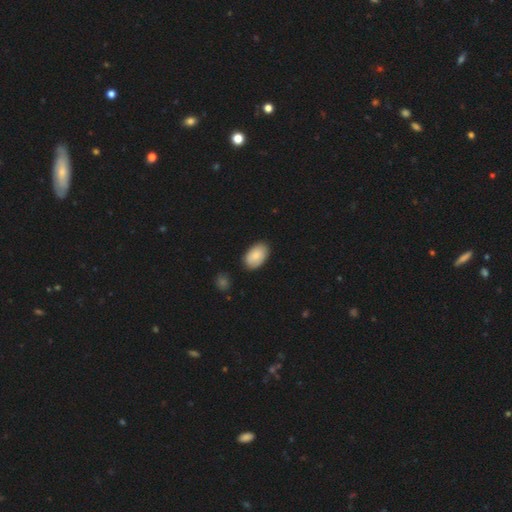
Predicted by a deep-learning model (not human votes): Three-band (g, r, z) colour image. It shows a smooth galaxy with no disk features (80%) that is in between round and cigar-shaped (93%). Merging: none (84%).